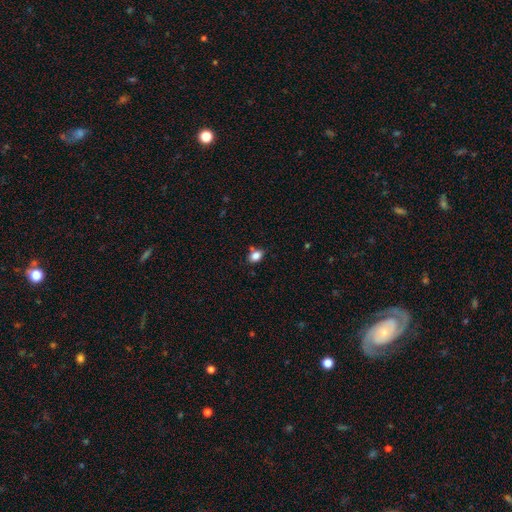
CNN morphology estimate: Overall: smooth (84%). How rounded: in between (76%). Merging: none (74%).